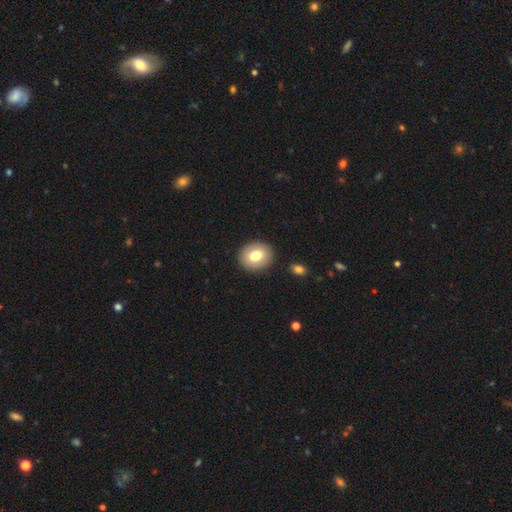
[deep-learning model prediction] smooth-or-featured: smooth: 78% | featured or disk: 14% | star or artifact: 8%
  how-rounded: round: 64% | in between: 35% | cigar-shaped: 1%
  merging: none: 89% | minor disturbance: 7% | major disturbance: 2% | merger: 2%